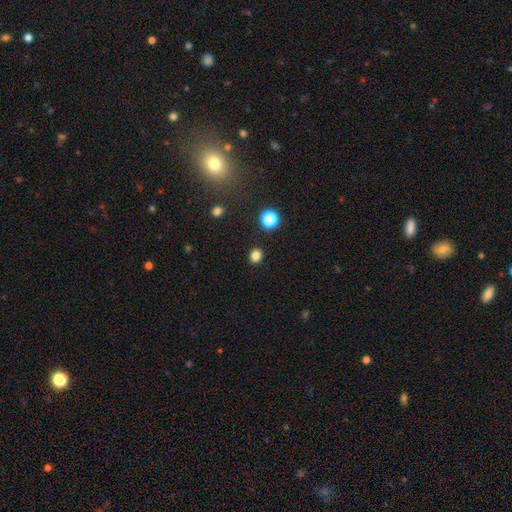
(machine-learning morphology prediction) Smooth or featured? Predicted: smooth (p=0.82). How rounded? Predicted: round (p=0.76). Merging? Predicted: none (p=0.90).